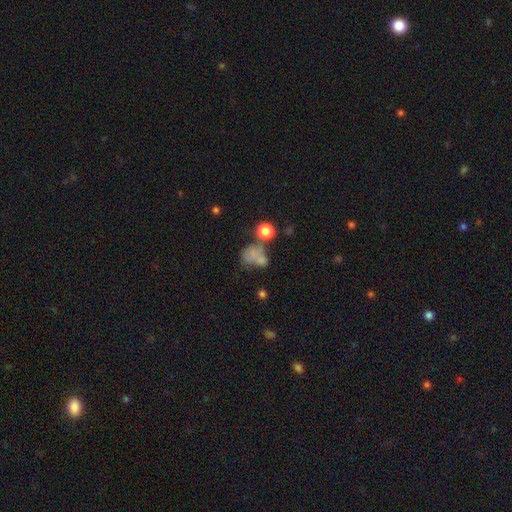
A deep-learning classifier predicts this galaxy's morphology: Smooth or featured: smooth — 62% (featured or disk — 22%)
How rounded: in between — 58% (round — 40%)
Merging: merger — 31% (none — 27%)